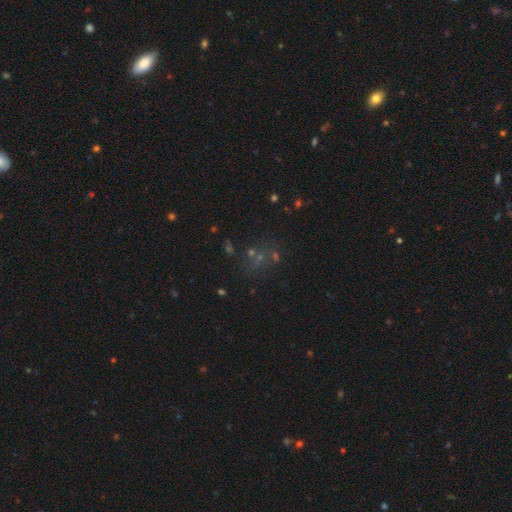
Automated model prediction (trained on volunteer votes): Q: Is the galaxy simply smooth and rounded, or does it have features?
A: star or artifact — 49%.